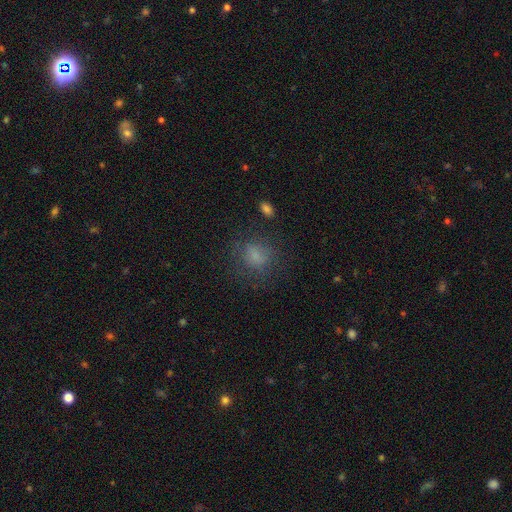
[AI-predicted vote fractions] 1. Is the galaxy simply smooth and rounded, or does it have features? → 72% smooth, 16% star or artifact, 12% featured or disk.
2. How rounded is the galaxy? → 68% round, 31% in between, 1% cigar-shaped.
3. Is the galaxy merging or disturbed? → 73% none, 15% minor disturbance, 10% major disturbance, 2% merger.